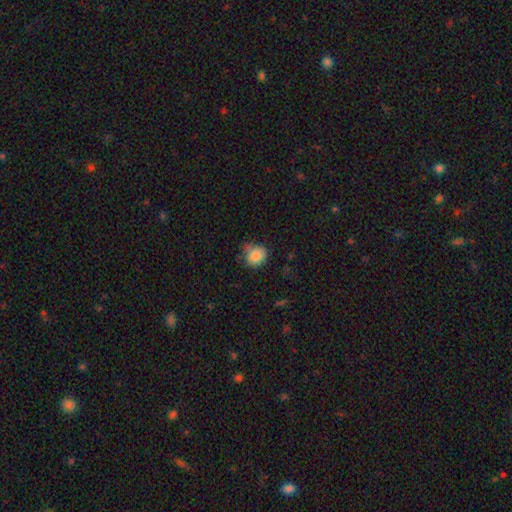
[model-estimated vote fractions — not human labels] Smooth or featured?
  - smooth: 85% *
  - star or artifact: 9%
  - featured or disk: 6%
How rounded?
  - round: 74% *
  - in between: 25%
  - cigar-shaped: 1%
Merging?
  - none: 57% *
  - minor disturbance: 32%
  - major disturbance: 8%
  - merger: 4%